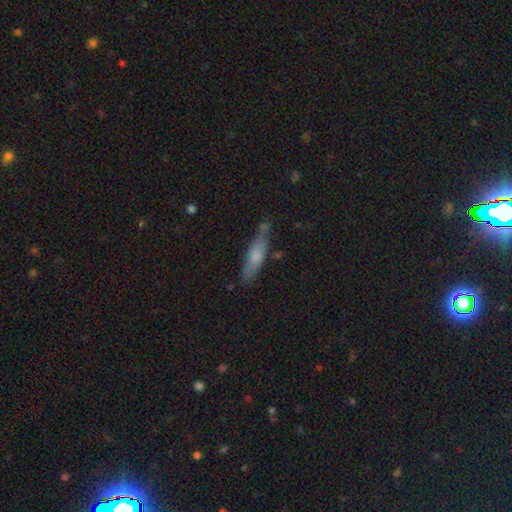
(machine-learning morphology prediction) smooth-or-featured: smooth: 63% | featured or disk: 30% | star or artifact: 6%
  how-rounded: cigar-shaped: 74% | in between: 24% | round: 2%
  merging: none: 70% | minor disturbance: 20% | merger: 5% | major disturbance: 5%